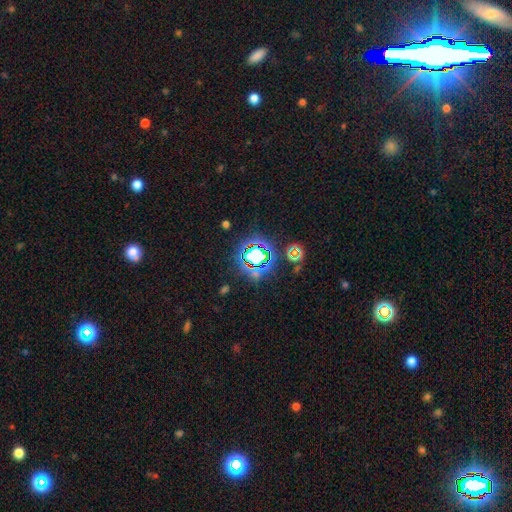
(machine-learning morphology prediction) smooth_or_featured: star or artifact (p=0.74) [alt: smooth p=0.16]